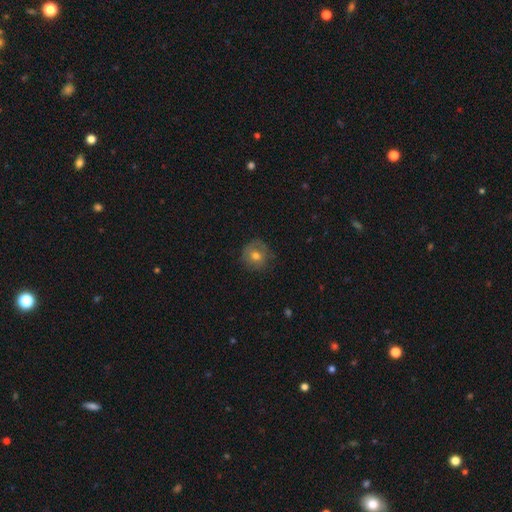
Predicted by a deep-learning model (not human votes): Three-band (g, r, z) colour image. It shows a smooth galaxy with no disk features (64%) that is round (87%). Merging: none (71%).